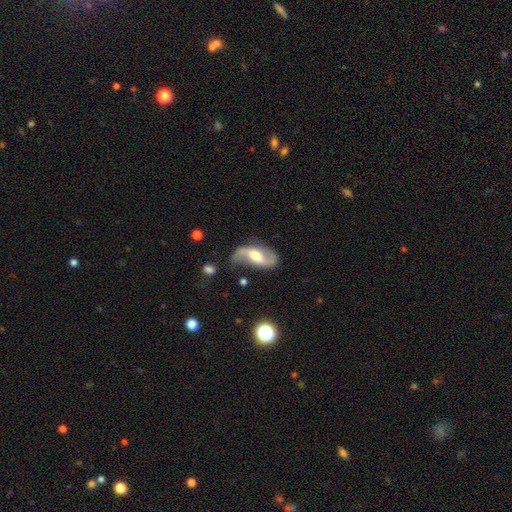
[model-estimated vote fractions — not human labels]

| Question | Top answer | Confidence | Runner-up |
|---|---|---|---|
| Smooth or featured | featured or disk | 81% | smooth (14%) |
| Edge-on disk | no | 95% | yes (5%) |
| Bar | weak | 46% | no (28%) |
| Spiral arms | yes | 93% | no (7%) |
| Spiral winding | loose | 68% | medium (26%) |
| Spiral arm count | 2 | 90% | 1 (4%) |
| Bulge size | moderate | 59% | large (21%) |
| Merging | none | 62% | minor disturbance (23%) |